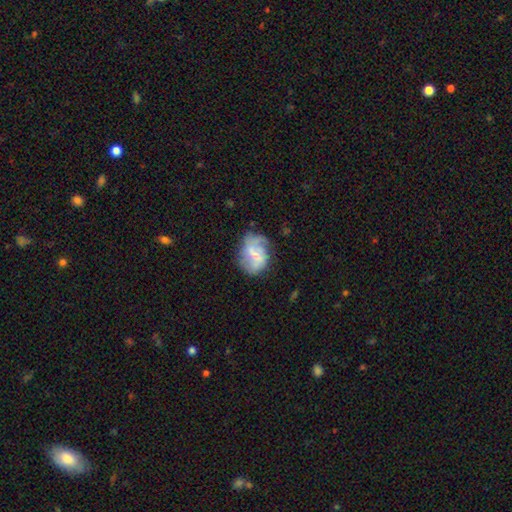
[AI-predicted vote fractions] Smooth or featured? featured or disk (63%)
Edge-on disk? no (97%)
Bar? weak (53%)
Spiral arms? yes (73%)
Bulge size? small (50%)
Merging? none (48%)